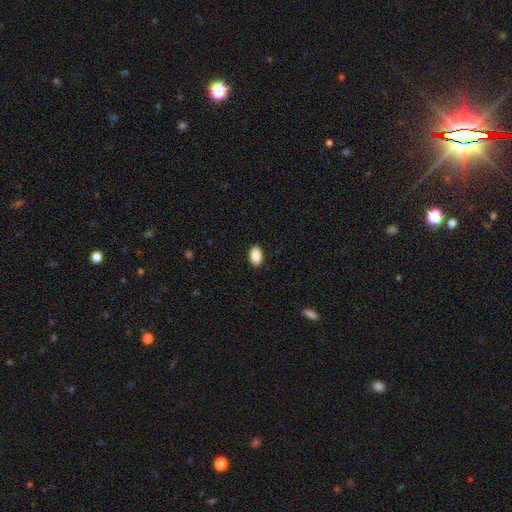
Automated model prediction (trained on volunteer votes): Q: Smooth or featured?
A: smooth (89%); runner-up: star or artifact (7%)
Q: How rounded?
A: in between (92%); runner-up: round (6%)
Q: Merging?
A: none (89%); runner-up: minor disturbance (8%)